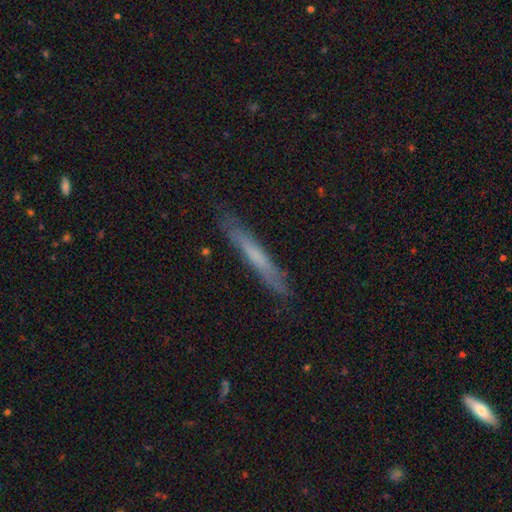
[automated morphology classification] smooth-or-featured: smooth: 55% | featured or disk: 39% | star or artifact: 7%
  how-rounded: cigar-shaped: 95% | in between: 3% | round: 1%
  merging: none: 85% | minor disturbance: 11% | major disturbance: 2% | merger: 1%